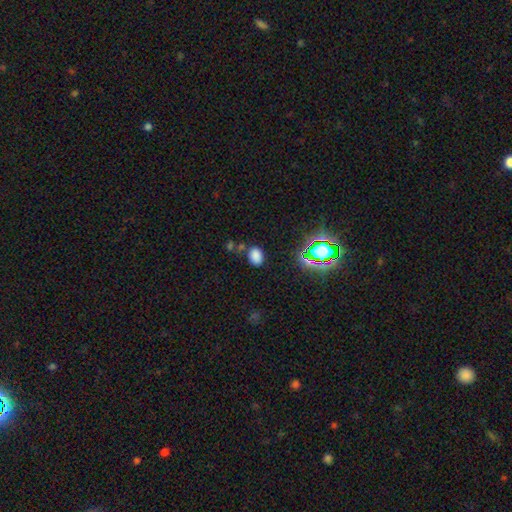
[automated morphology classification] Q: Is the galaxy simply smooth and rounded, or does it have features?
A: smooth — 76%.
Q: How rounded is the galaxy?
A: in between — 77%.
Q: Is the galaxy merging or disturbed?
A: none — 76%.